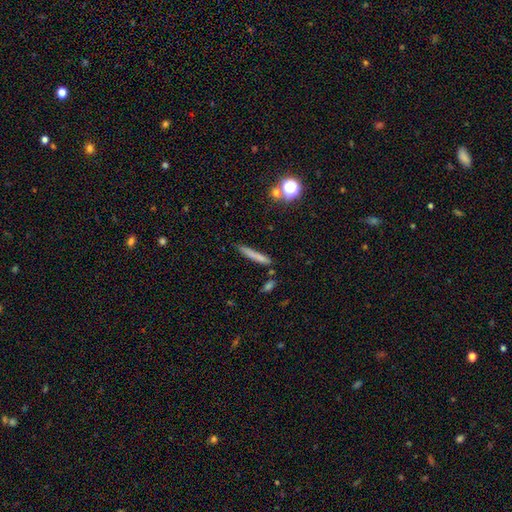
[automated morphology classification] Smooth or featured: smooth — 71% (featured or disk — 19%)
How rounded: cigar-shaped — 94% (in between — 5%)
Merging: none — 79% (minor disturbance — 13%)